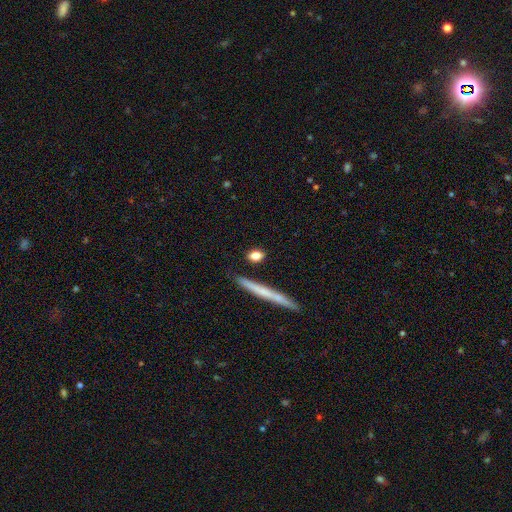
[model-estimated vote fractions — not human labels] This appears to be a smooth galaxy with no disk features (78%) that is in between round and cigar-shaped (57%). Merging: none (83%).